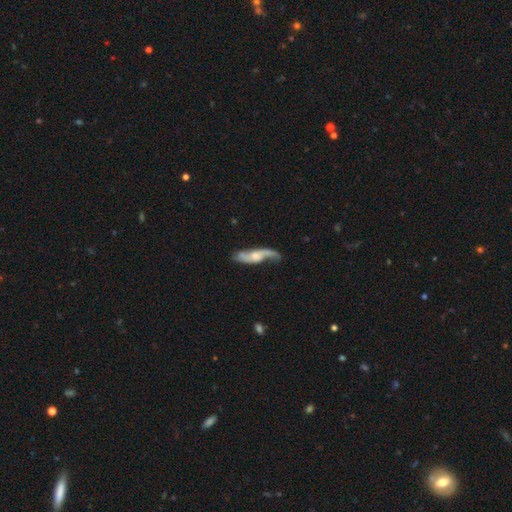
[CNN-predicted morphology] This appears to be a featured or disk galaxy (72%) with no bar (60%), 2 (84%) loose (73%) spiral arms (91%) and a moderate central bulge (47%). Merging: none (57%).